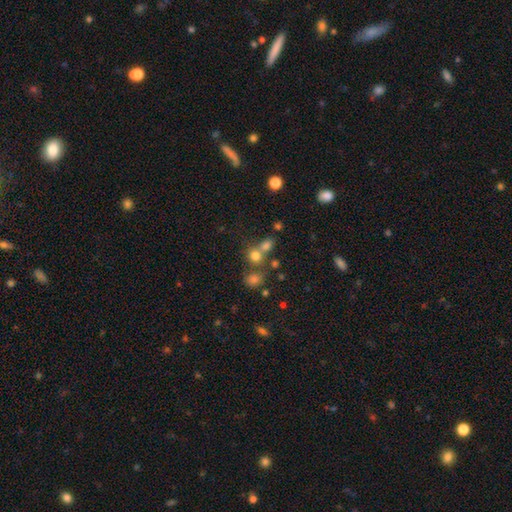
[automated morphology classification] type=smooth (72%); roundness=round (73%); merging=none (48%).